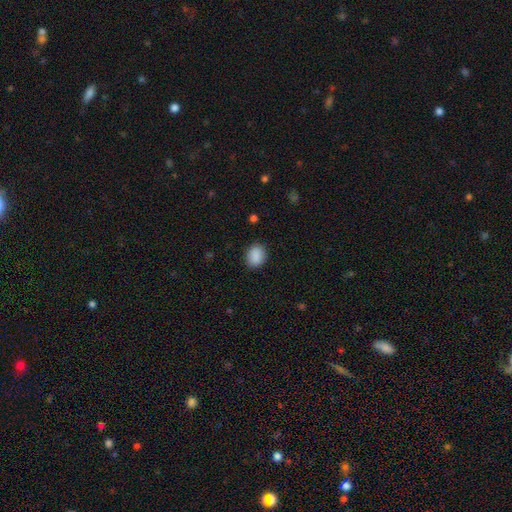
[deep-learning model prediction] Smooth or featured? Predicted: smooth (p=0.89). How rounded? Predicted: round (p=0.52). Merging? Predicted: none (p=0.88).